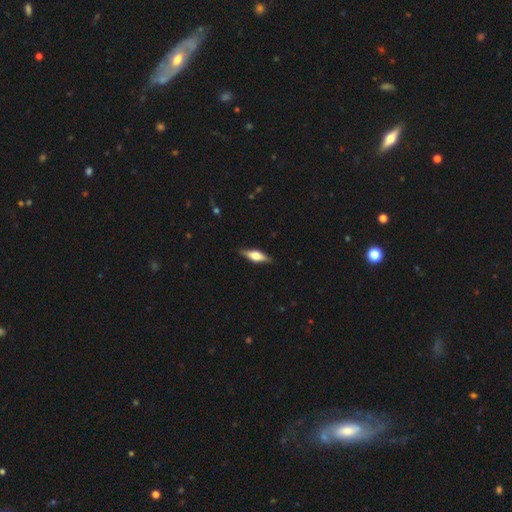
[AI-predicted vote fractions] smooth-or-featured: featured or disk: 55% | smooth: 38% | star or artifact: 6%
  disk-edge-on: yes: 94% | no: 6%
    edge-on-bulge: rounded: 88% | boxy: 10% | none: 2%
  merging: none: 87% | minor disturbance: 10% | major disturbance: 2% | merger: 1%